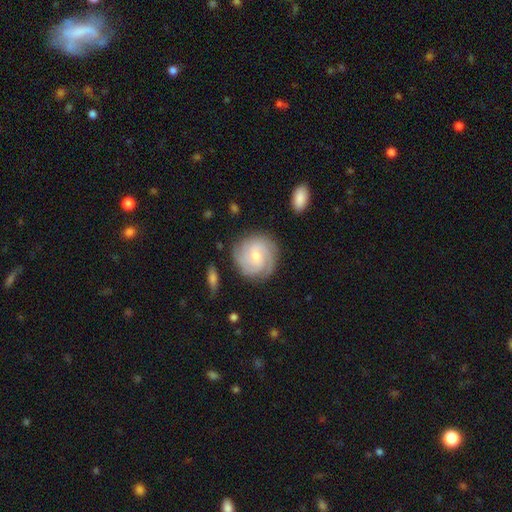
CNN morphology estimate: type=featured or disk (77%); edge-on=no (98%); bar=no (59%); spiral arms=yes (96%); winding=tight (69%); arm count=3 (33%); bulge=small (55%); merging=none (82%).